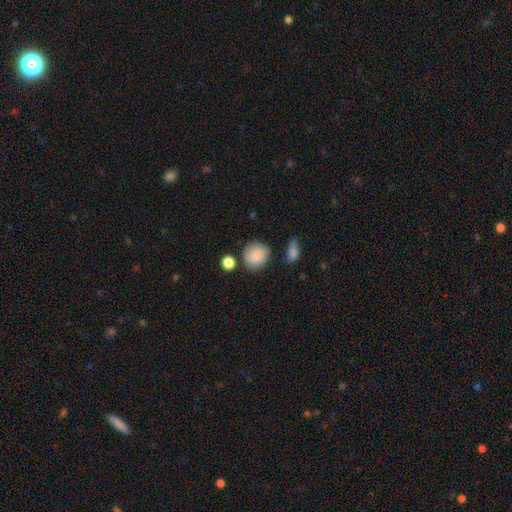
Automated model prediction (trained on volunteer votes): A smooth galaxy with no disk features (83%) that is round (81%). Merging: none (71%).